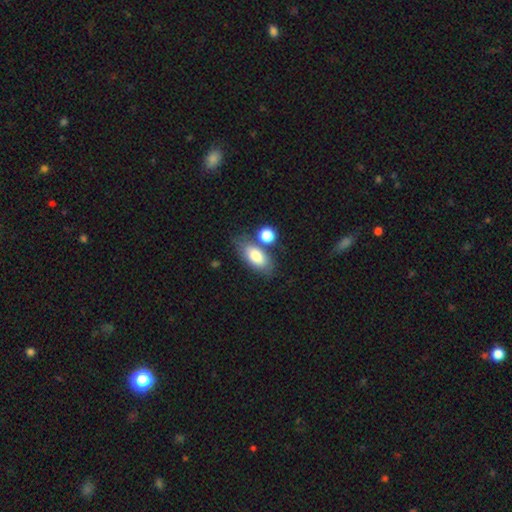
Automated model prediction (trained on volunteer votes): A smooth galaxy with no disk features (77%) that is in between round and cigar-shaped (87%). Merging: none (59%).